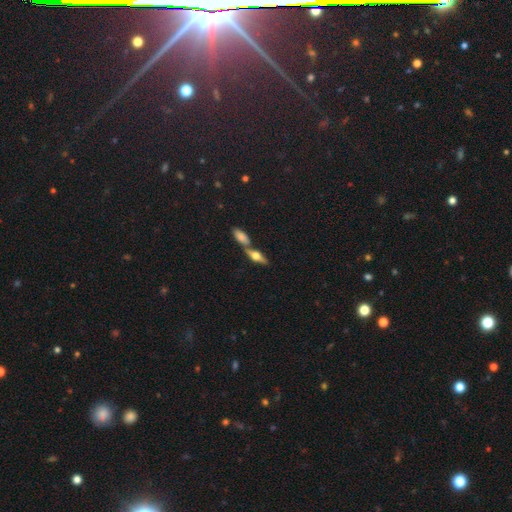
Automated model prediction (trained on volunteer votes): Smooth or featured? featured or disk (59%)
Edge-on disk? yes (91%)
Edge-on bulge? rounded (93%)
Merging? none (56%)